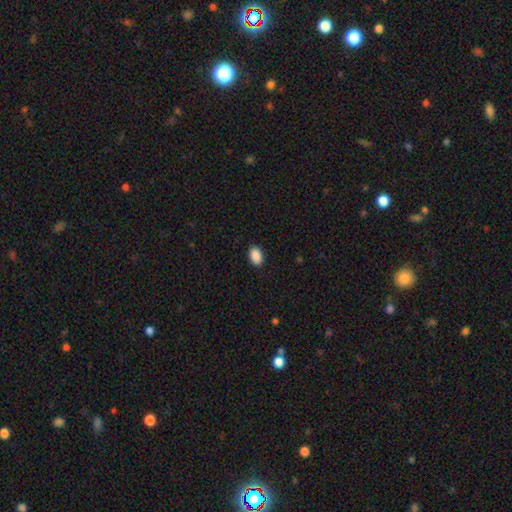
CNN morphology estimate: smooth 90%, star or artifact 7%, featured or disk 2%. Down the decision tree: how rounded — in between (88%); merging — none (90%).